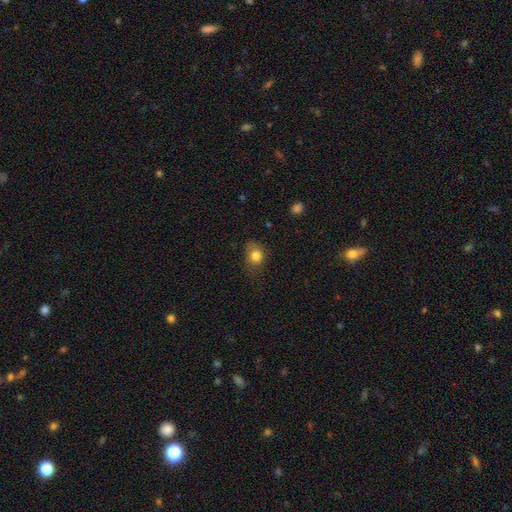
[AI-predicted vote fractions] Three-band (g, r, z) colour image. It shows a smooth galaxy with no disk features (81%) that is round (57%). Merging: none (61%).